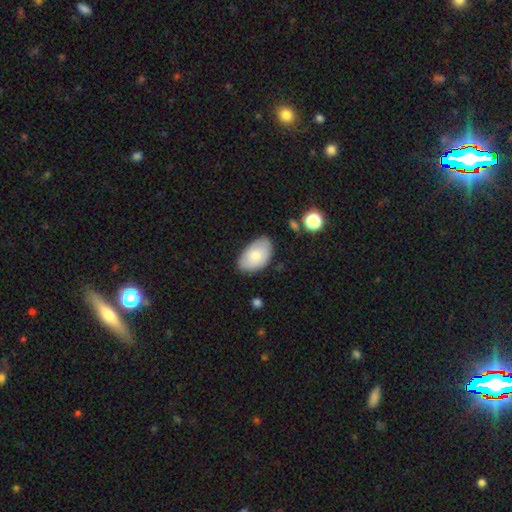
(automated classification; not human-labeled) The model was most divided on "smooth or featured": smooth: 74%, featured or disk: 20%, star or artifact: 6%. More confident: how rounded — in between (93%); merging — none (76%).